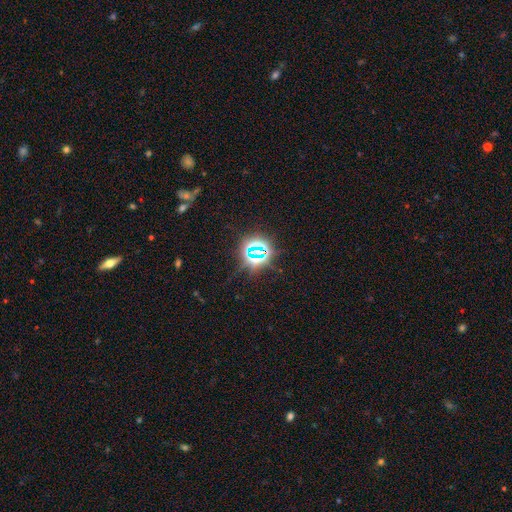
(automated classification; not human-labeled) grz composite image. It shows a star or artifact, not a galaxy (77%).